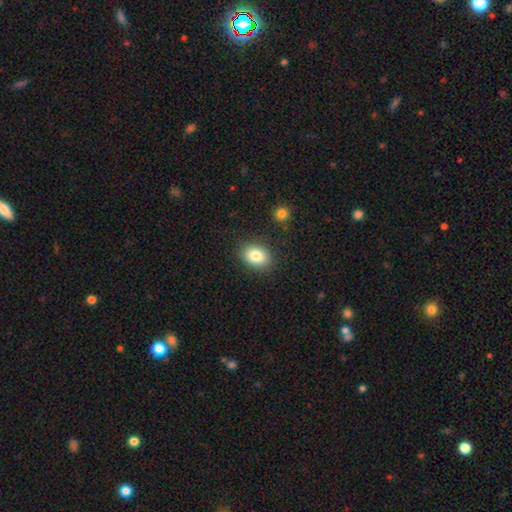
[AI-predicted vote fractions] Overall: smooth (83%). How rounded: in between (72%). Merging: none (86%).